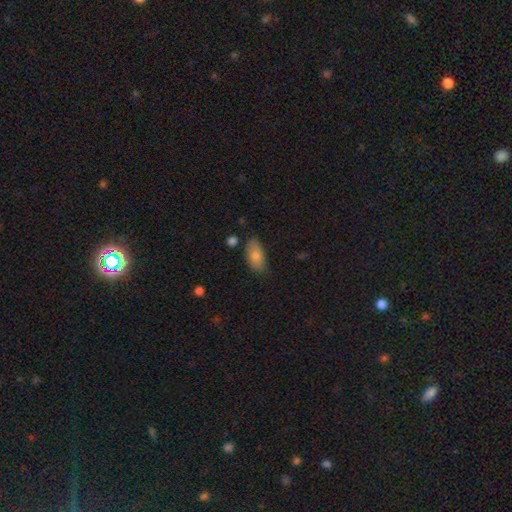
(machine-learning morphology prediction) Overall: smooth (83%). How rounded: in between (92%). Merging: none (73%).